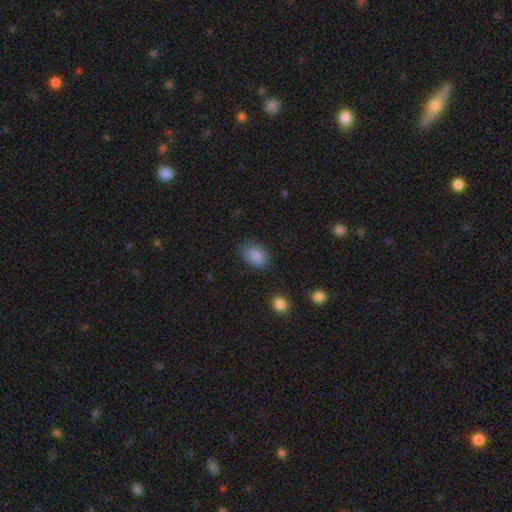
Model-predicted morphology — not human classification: Smooth or featured: smooth — 87% (star or artifact — 9%)
How rounded: in between — 79% (round — 20%)
Merging: none — 76% (minor disturbance — 18%)